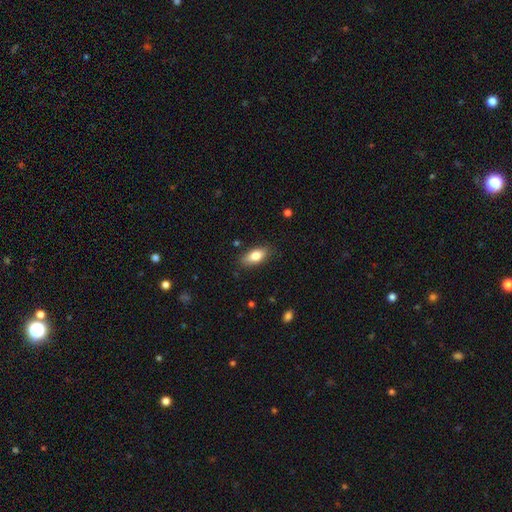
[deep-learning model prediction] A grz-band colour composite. It shows a smooth galaxy with no disk features (81%) that is in between round and cigar-shaped (85%). Merging: none (84%).